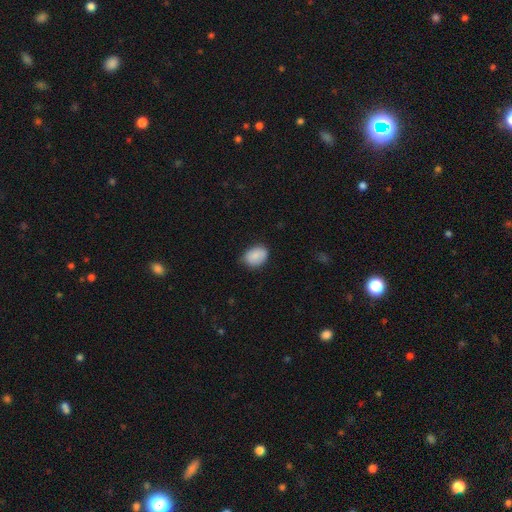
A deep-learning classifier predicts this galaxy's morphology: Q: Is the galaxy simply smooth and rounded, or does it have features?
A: smooth — 86%.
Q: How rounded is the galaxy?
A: in between — 72%.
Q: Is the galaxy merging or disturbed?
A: none — 72%.